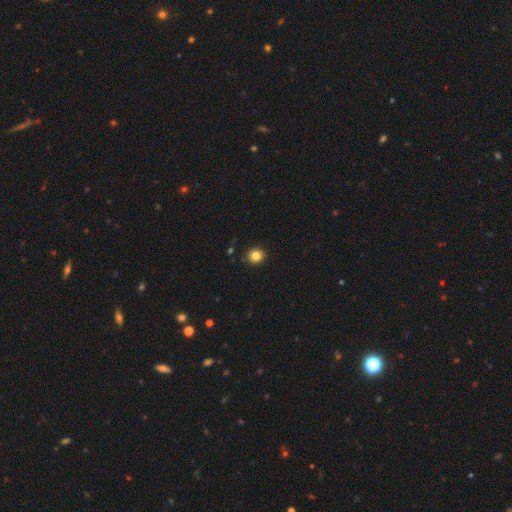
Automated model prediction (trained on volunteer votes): Smooth or featured: smooth — 84% (star or artifact — 11%)
How rounded: round — 86% (in between — 13%)
Merging: none — 91% (minor disturbance — 6%)